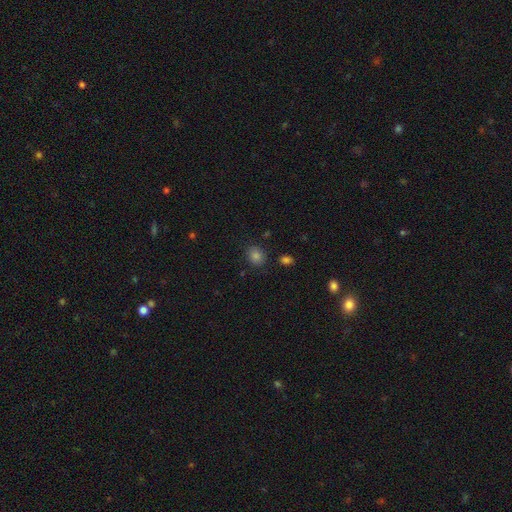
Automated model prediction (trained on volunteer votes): A smooth galaxy with no disk features (80%) that is round (64%). Merging: none (84%).